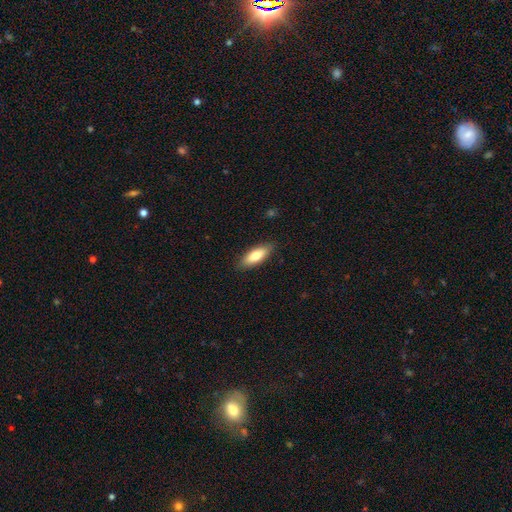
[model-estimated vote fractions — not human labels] A smooth galaxy with no disk features (78%) that is in between round and cigar-shaped (70%). Merging: none (86%).